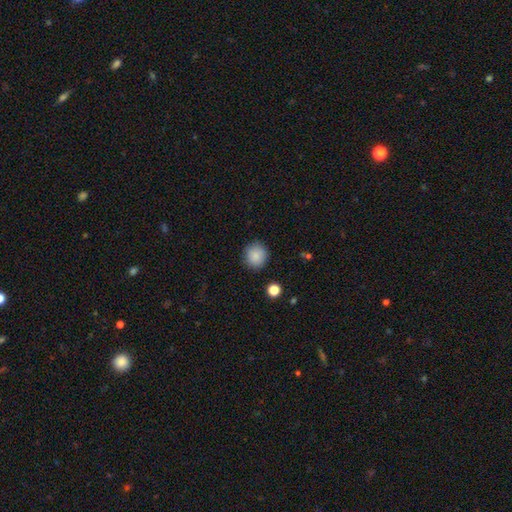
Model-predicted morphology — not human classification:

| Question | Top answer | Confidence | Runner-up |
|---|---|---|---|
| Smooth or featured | smooth | 87% | star or artifact (9%) |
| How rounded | round | 91% | in between (8%) |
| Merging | none | 89% | minor disturbance (7%) |